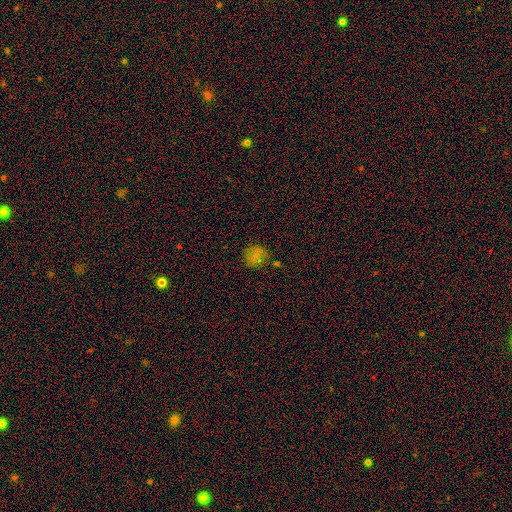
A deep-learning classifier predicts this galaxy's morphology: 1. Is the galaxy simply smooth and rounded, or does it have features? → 67% smooth, 24% star or artifact, 9% featured or disk.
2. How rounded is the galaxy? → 88% round, 11% in between, 1% cigar-shaped.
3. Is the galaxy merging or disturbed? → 76% none, 15% minor disturbance, 5% major disturbance, 4% merger.